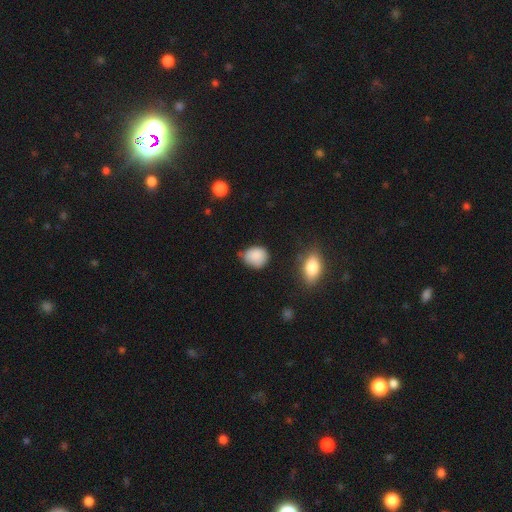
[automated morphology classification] A smooth galaxy with no disk features (87%) that is round (57%).

Vote fractions:
- Smooth or featured? smooth: 87% / star or artifact: 8% / featured or disk: 5%
- How rounded? round: 57% / in between: 42% / cigar-shaped: 1%
- Merging? none: 59% / minor disturbance: 32% / major disturbance: 6% / merger: 3%